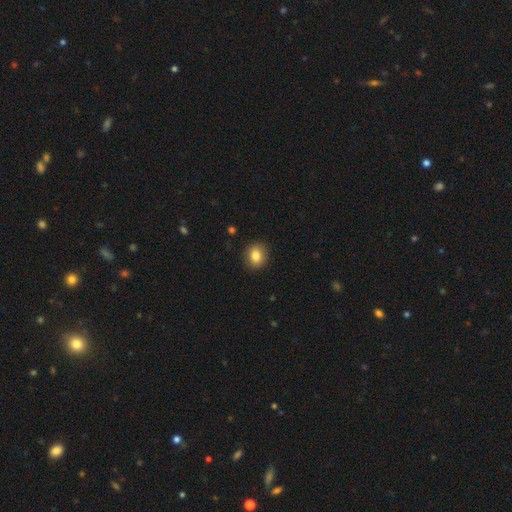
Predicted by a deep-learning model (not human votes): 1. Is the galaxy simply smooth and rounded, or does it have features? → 83% smooth, 9% star or artifact, 7% featured or disk.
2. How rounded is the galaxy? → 64% round, 35% in between, 1% cigar-shaped.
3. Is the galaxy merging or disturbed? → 89% none, 8% minor disturbance, 2% major disturbance, 1% merger.